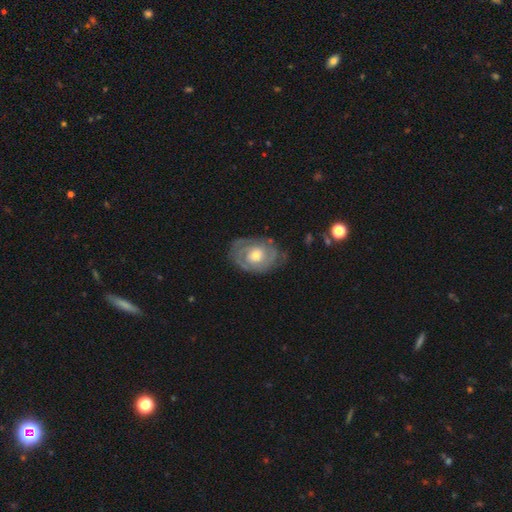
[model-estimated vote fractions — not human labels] Morphology: type=featured or disk (74%); edge-on=no (96%); bar=no (76%); spiral arms=yes (79%); winding=tight (68%); arm count=2 (39%); bulge=moderate (60%); merging=none (69%).